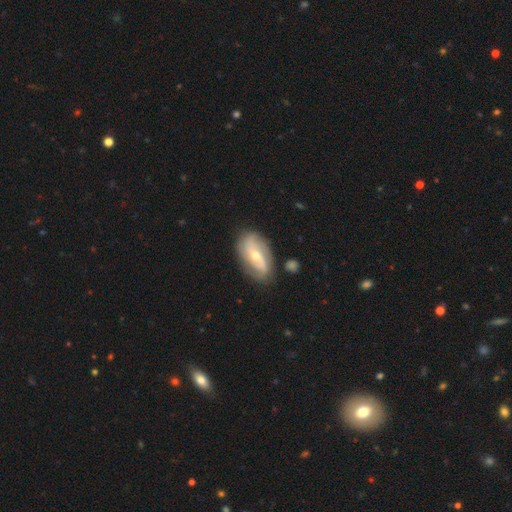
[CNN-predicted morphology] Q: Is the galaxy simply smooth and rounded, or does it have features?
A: featured or disk — 70%.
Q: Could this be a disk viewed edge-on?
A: no — 92%.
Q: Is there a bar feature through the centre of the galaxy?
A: no — 41%.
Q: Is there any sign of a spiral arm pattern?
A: yes — 82%.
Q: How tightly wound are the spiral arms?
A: loose — 46%.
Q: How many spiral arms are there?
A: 2 — 72%.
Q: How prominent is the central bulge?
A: small — 50%.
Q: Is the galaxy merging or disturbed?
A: none — 77%.